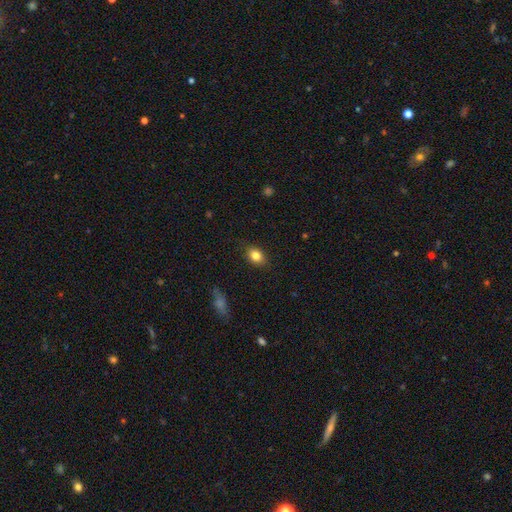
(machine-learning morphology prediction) Overall: smooth (83%). How rounded: in between (74%). Merging: none (85%).